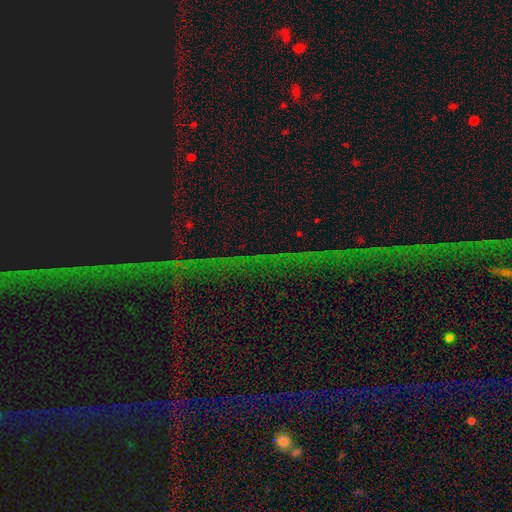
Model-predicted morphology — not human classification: Smooth or featured? star or artifact (77%)